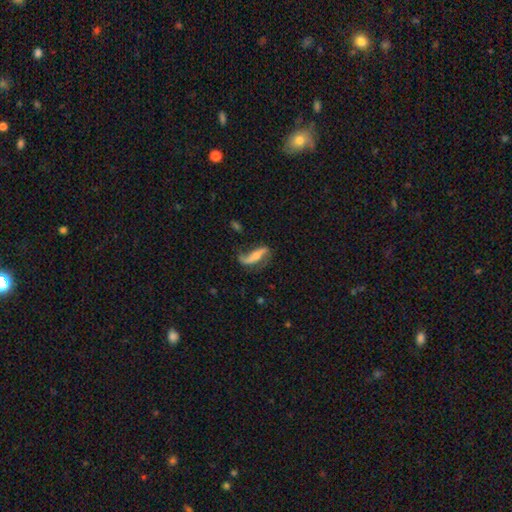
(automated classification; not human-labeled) Smooth or featured?
  - featured or disk: 73% *
  - smooth: 20%
  - star or artifact: 7%
Edge-on disk?
  - no: 80% *
  - yes: 20%
Bar?
  - strong: 42% *
  - no: 34%
  - weak: 24%
Spiral arms?
  - yes: 89% *
  - no: 11%
Spiral winding?
  - loose: 78% *
  - medium: 15%
  - tight: 7%
Spiral arm count?
  - 2: 85% *
  - 1: 8%
  - can't tell: 4%
  - 3: 1%
  - 4: 1%
  - more than 4: 1%
Bulge size?
  - small: 46% *
  - moderate: 42%
  - none: 6%
  - large: 5%
  - dominant: 2%
Merging?
  - none: 60% *
  - minor disturbance: 22%
  - major disturbance: 15%
  - merger: 3%